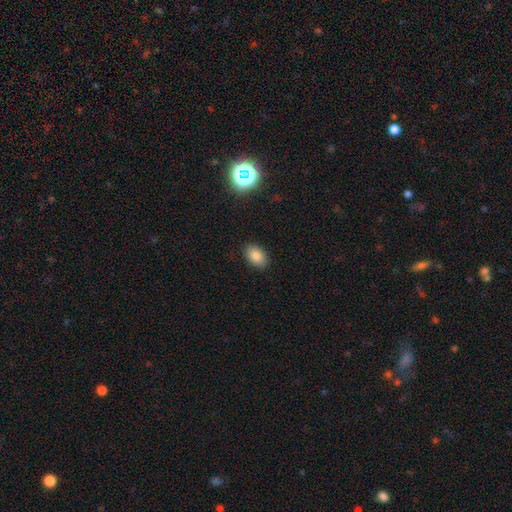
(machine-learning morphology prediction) Smooth or featured?
  - smooth: 83% *
  - star or artifact: 10%
  - featured or disk: 7%
How rounded?
  - in between: 87% *
  - round: 12%
  - cigar-shaped: 1%
Merging?
  - none: 88% *
  - minor disturbance: 9%
  - major disturbance: 2%
  - merger: 1%